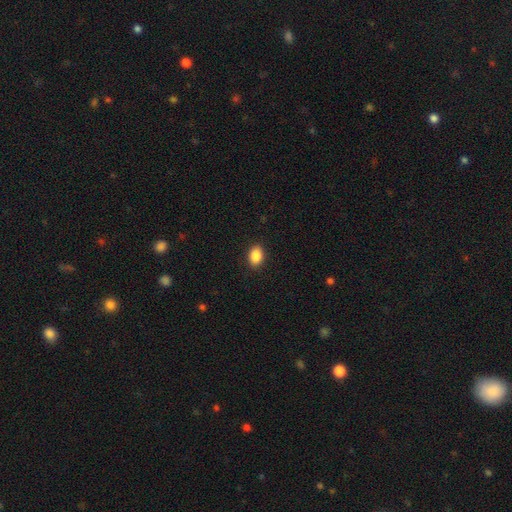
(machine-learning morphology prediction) Overall: smooth (89%). How rounded: in between (81%). Merging: none (90%).